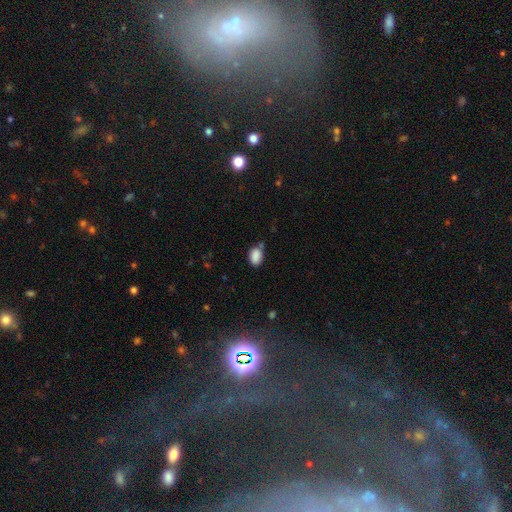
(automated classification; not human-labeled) Smooth or featured? Predicted: smooth (p=0.87). How rounded? Predicted: in between (p=0.82). Merging? Predicted: none (p=0.65).